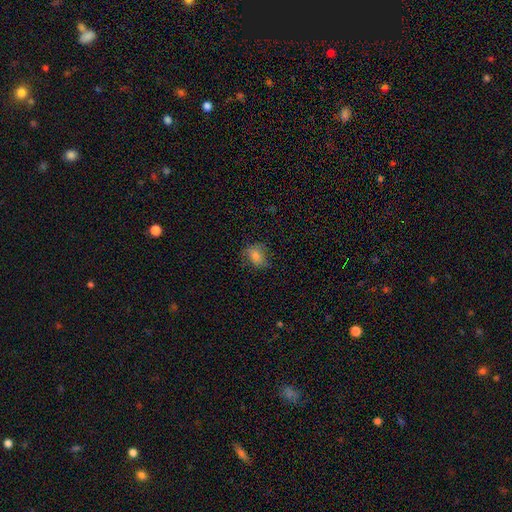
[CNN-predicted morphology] A smooth galaxy with no disk features (70%) that is round (50%). Merging: none (66%).